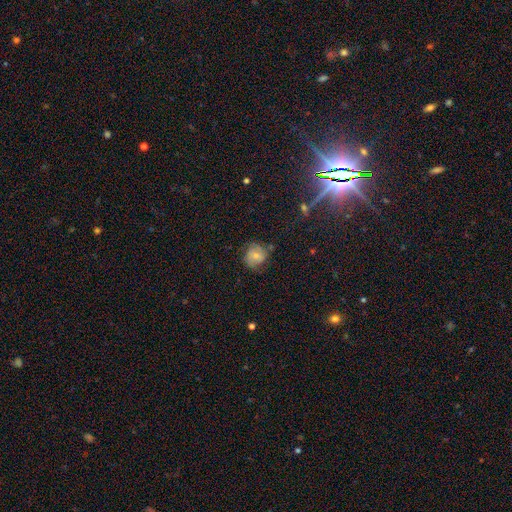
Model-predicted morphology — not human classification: smooth_or_featured: smooth (p=0.55) [alt: featured or disk p=0.35]
how_rounded: round (p=0.78) [alt: in between p=0.21]
merging: none (p=0.63) [alt: minor disturbance p=0.25]